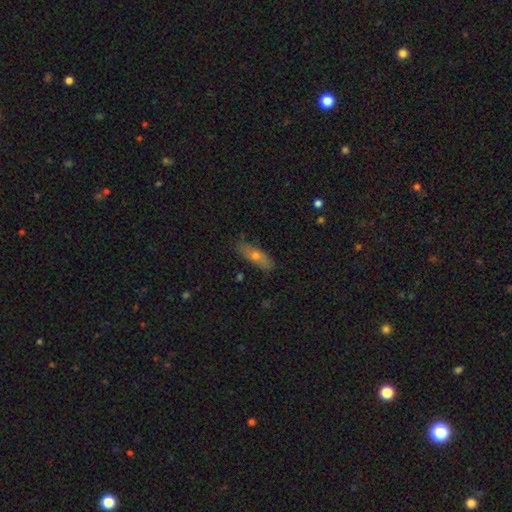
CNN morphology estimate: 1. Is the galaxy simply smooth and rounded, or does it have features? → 59% smooth, 33% featured or disk, 8% star or artifact.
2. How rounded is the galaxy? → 50% cigar-shaped, 47% in between, 3% round.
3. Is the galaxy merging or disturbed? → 82% none, 14% minor disturbance, 3% major disturbance, 1% merger.